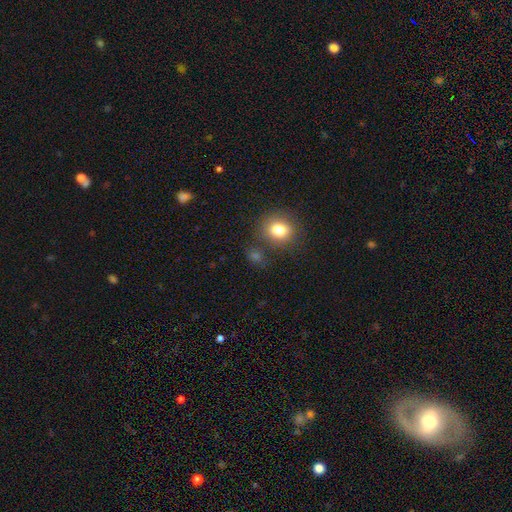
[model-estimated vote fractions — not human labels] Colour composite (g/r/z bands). It shows a smooth galaxy with no disk features (71%) that is round (71%). Merging: none (76%).